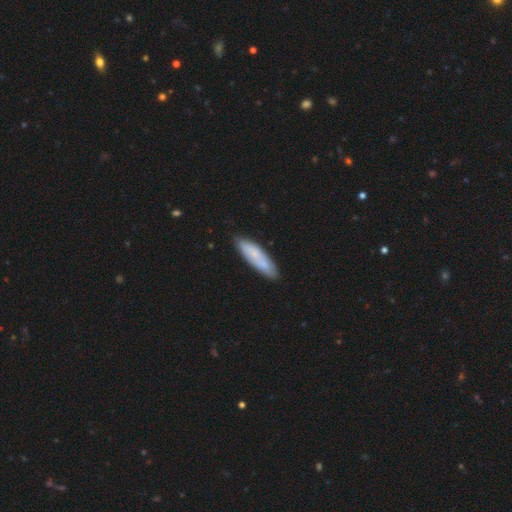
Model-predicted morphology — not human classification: Q: Smooth or featured?
A: smooth (67%); runner-up: featured or disk (27%)
Q: How rounded?
A: cigar-shaped (62%); runner-up: in between (36%)
Q: Merging?
A: none (81%); runner-up: minor disturbance (14%)